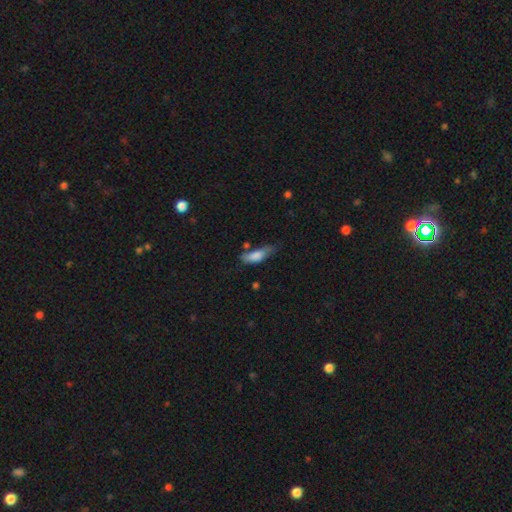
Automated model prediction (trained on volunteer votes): Smooth or featured? Predicted: smooth (p=0.77). How rounded? Predicted: in between (p=0.65). Merging? Predicted: minor disturbance (p=0.38).